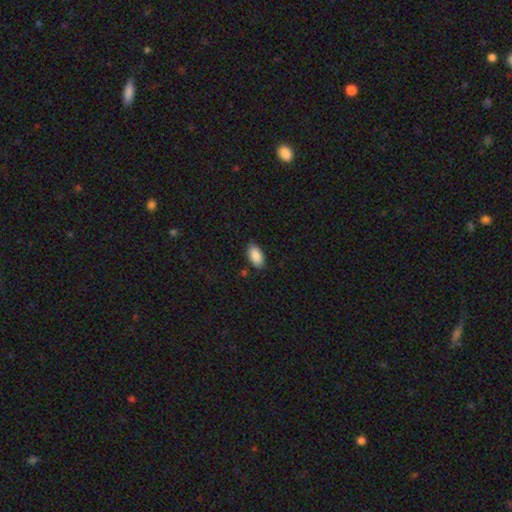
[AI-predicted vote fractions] Overall: smooth (89%). How rounded: in between (95%). Merging: none (86%).